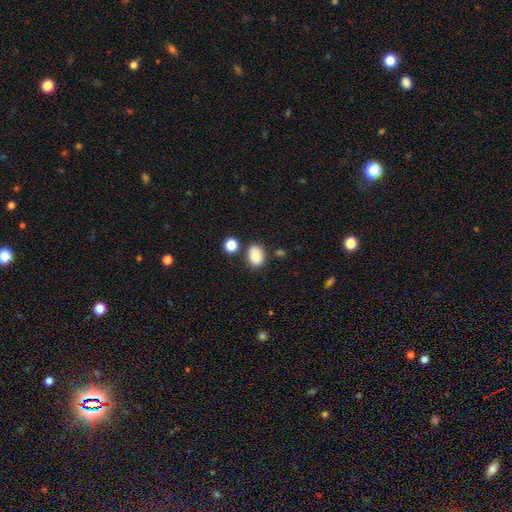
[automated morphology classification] type=smooth (77%); roundness=in between (53%); merging=none (78%).